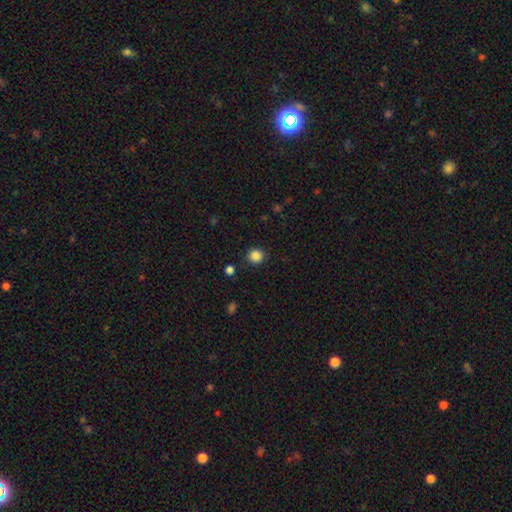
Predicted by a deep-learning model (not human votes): This appears to be a smooth galaxy with no disk features (86%) that is round (90%). Merging: none (89%).